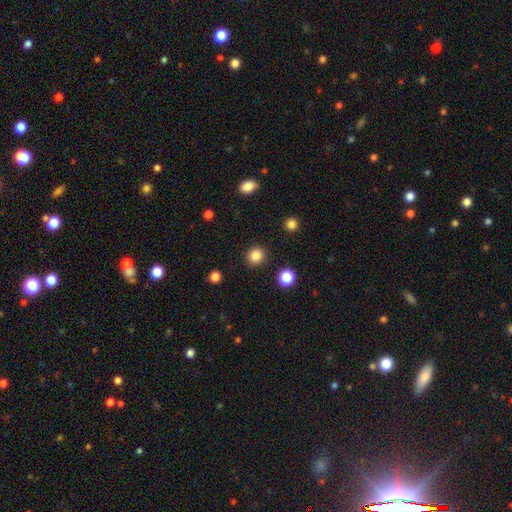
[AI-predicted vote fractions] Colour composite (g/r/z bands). It shows a smooth galaxy with no disk features (85%) that is round (88%). Merging: none (91%).